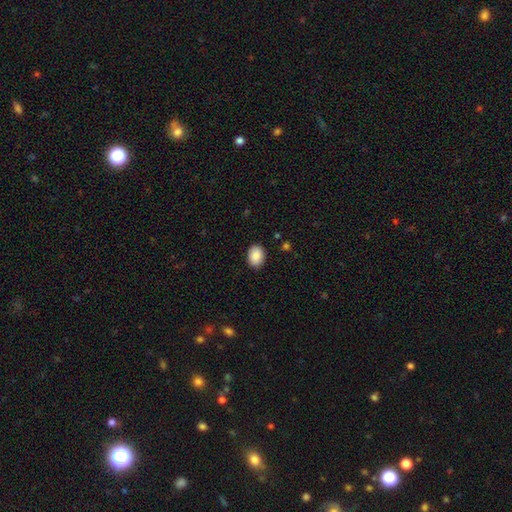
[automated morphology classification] This is clearly a smooth galaxy (89%). How rounded: likely in between (73%). Merging: clearly none (89%).